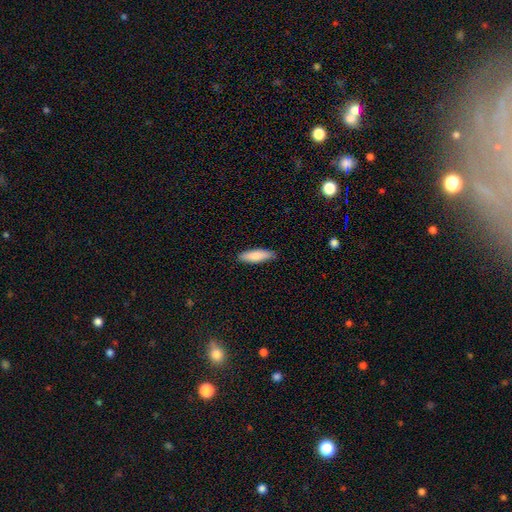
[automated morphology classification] Smooth or featured? smooth (85%)
How rounded? cigar-shaped (54%)
Merging? none (87%)